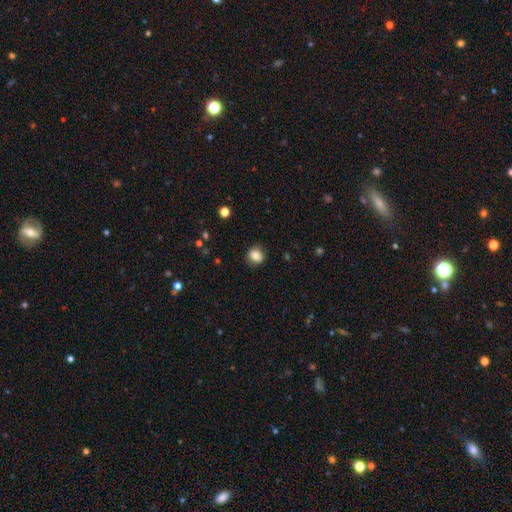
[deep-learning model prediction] Smooth or featured? Predicted: smooth (p=0.84). How rounded? Predicted: round (p=0.61). Merging? Predicted: none (p=0.81).